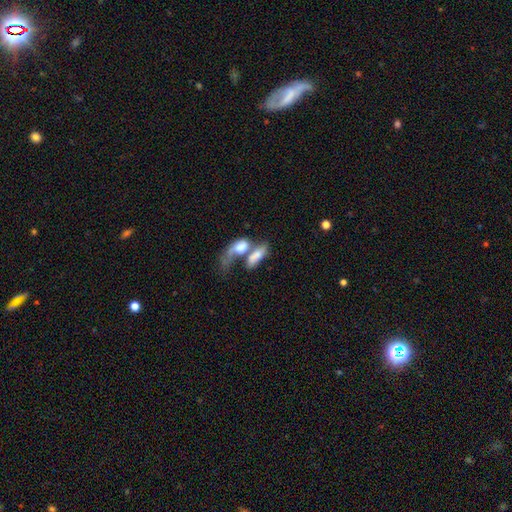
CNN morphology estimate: Overall: smooth (66%; featured or disk 26%). How rounded: in between (79%). Merging: merger (69%).